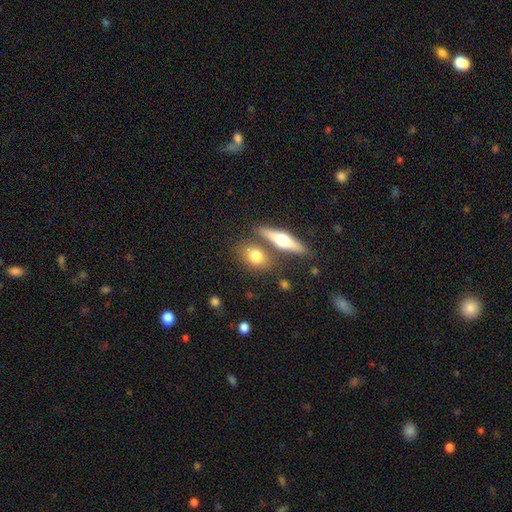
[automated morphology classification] Smooth or featured?
  - smooth: 69% *
  - featured or disk: 23%
  - star or artifact: 7%
How rounded?
  - in between: 61% *
  - round: 29%
  - cigar-shaped: 10%
Merging?
  - none: 65% *
  - merger: 21%
  - minor disturbance: 11%
  - major disturbance: 4%